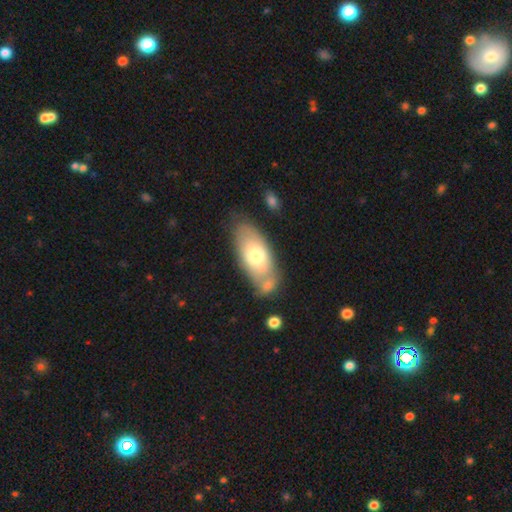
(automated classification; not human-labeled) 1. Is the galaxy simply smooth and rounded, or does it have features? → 62% smooth, 32% featured or disk, 6% star or artifact.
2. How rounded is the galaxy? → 86% in between, 11% cigar-shaped, 3% round.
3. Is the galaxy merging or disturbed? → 54% none, 22% merger, 19% minor disturbance, 6% major disturbance.